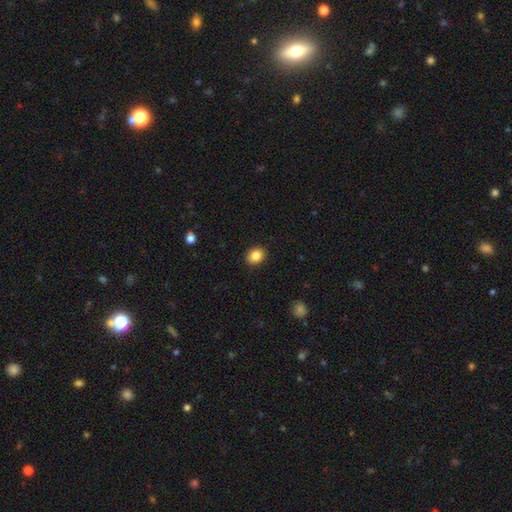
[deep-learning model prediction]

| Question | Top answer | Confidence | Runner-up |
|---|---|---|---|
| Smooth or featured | smooth | 86% | star or artifact (9%) |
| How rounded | round | 56% | in between (43%) |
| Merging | none | 91% | minor disturbance (6%) |